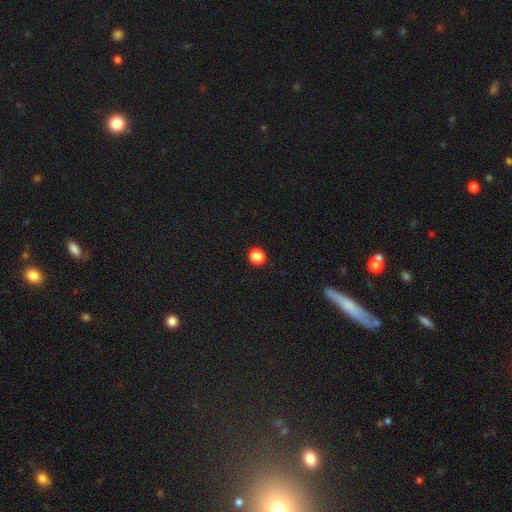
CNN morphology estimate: Smooth or featured: smooth — 84% (star or artifact — 13%)
How rounded: round — 71% (in between — 28%)
Merging: none — 89% (minor disturbance — 7%)